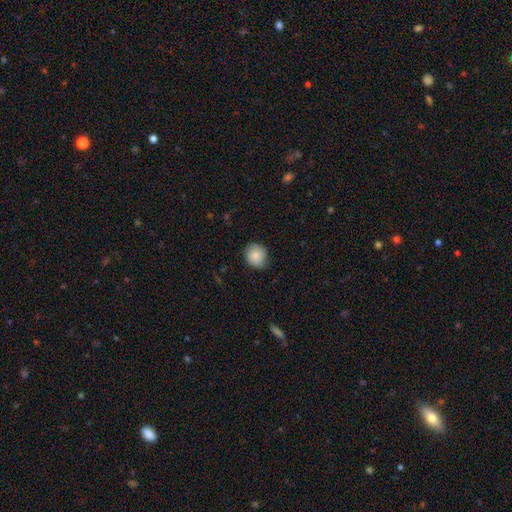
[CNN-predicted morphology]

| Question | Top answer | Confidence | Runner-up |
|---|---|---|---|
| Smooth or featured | smooth | 82% | featured or disk (11%) |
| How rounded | round | 78% | in between (21%) |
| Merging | none | 78% | minor disturbance (18%) |